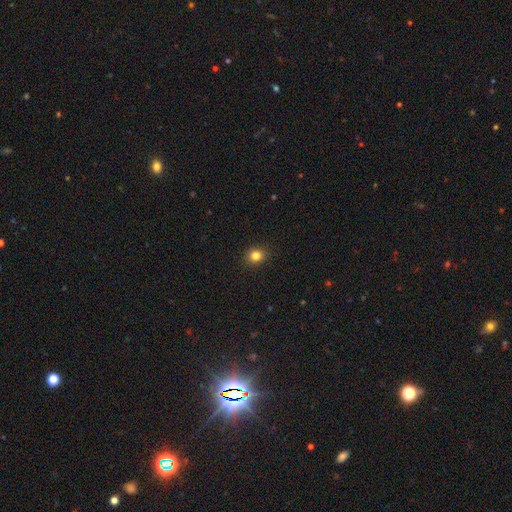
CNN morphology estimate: smooth_or_featured: smooth (p=0.83) [alt: star or artifact p=0.12]
how_rounded: round (p=0.80) [alt: in between p=0.19]
merging: none (p=0.91) [alt: minor disturbance p=0.06]